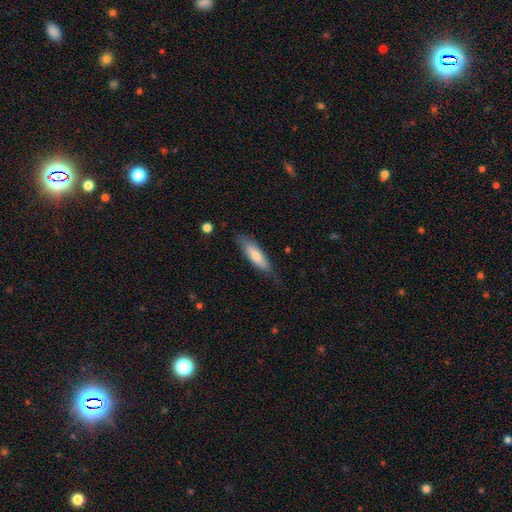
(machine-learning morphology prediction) This is likely a smooth galaxy (72%). How rounded: possibly cigar-shaped (59%). Merging: likely none (72%).